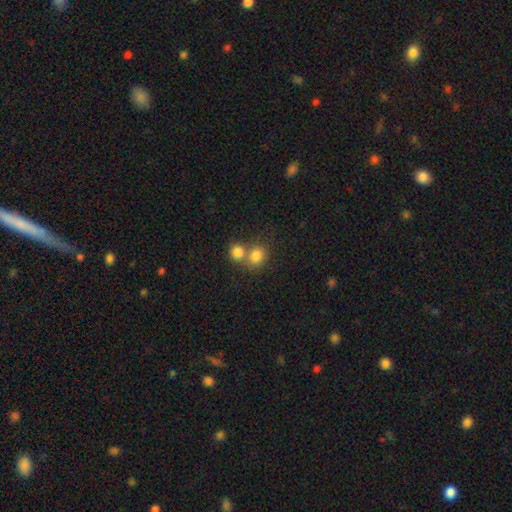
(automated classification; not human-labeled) Overall: smooth (81%). How rounded: round (70%). Merging: merger (51%; none 39%).